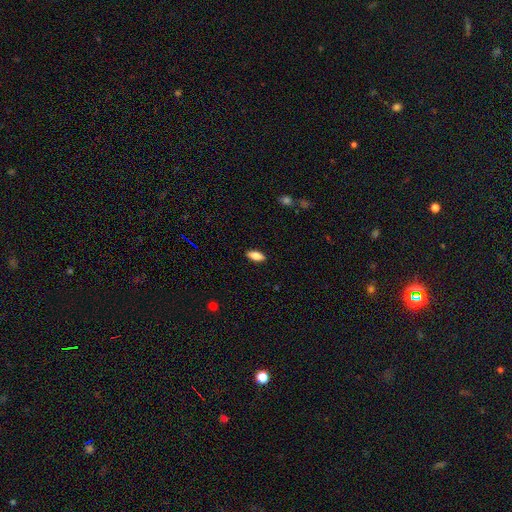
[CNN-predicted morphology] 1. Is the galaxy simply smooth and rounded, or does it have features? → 76% smooth, 16% featured or disk, 7% star or artifact.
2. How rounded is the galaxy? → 81% in between, 17% cigar-shaped, 3% round.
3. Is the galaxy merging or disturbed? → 89% none, 8% minor disturbance, 2% major disturbance, 1% merger.